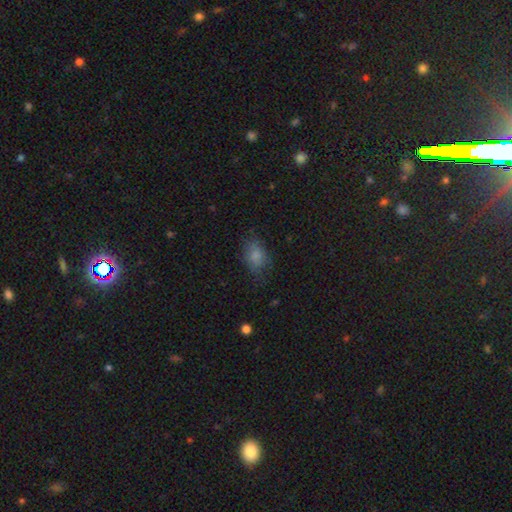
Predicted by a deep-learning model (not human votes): smooth-or-featured: smooth: 80% | star or artifact: 10% | featured or disk: 9%
  how-rounded: in between: 76% | round: 22% | cigar-shaped: 2%
  merging: none: 67% | minor disturbance: 22% | major disturbance: 9% | merger: 1%